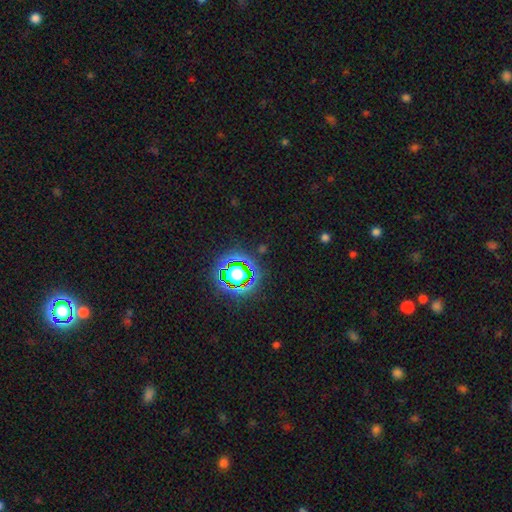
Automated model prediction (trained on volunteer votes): Smooth or featured? star or artifact (78%)